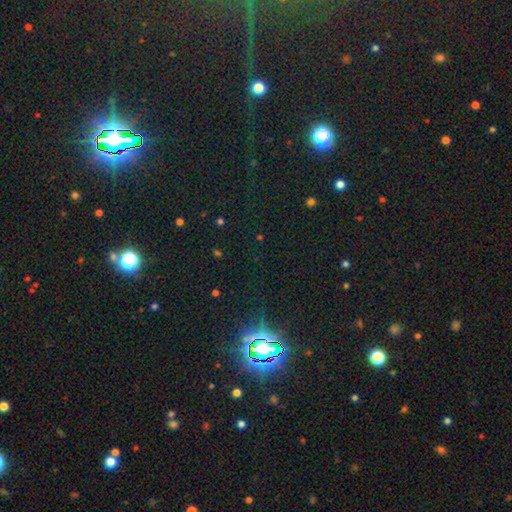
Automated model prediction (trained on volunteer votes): Smooth or featured?
  - star or artifact: 81% *
  - smooth: 12%
  - featured or disk: 7%